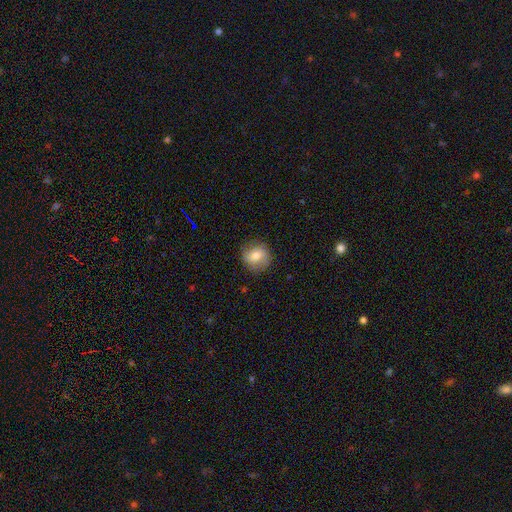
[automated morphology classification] Smooth or featured?
  - smooth: 74% *
  - featured or disk: 17%
  - star or artifact: 9%
How rounded?
  - round: 81% *
  - in between: 18%
  - cigar-shaped: 1%
Merging?
  - none: 81% *
  - minor disturbance: 14%
  - major disturbance: 4%
  - merger: 1%